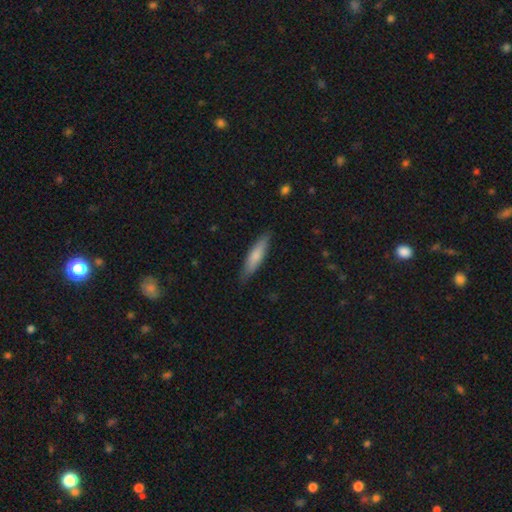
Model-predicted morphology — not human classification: A smooth galaxy with no disk features (74%) that is cigar-shaped (78%).

Vote fractions:
- Smooth or featured? smooth: 74% / featured or disk: 20% / star or artifact: 5%
- How rounded? cigar-shaped: 78% / in between: 21% / round: 1%
- Merging? none: 85% / minor disturbance: 12% / major disturbance: 2% / merger: 1%